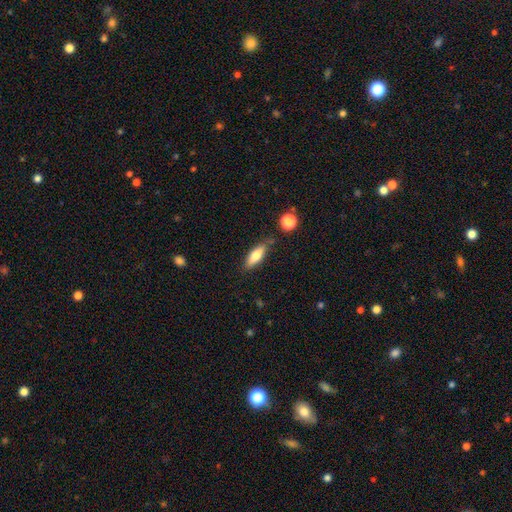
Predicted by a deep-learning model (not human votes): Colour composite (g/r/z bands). It shows a smooth galaxy with no disk features (71%) that is in between round and cigar-shaped (55%). Merging: none (77%).